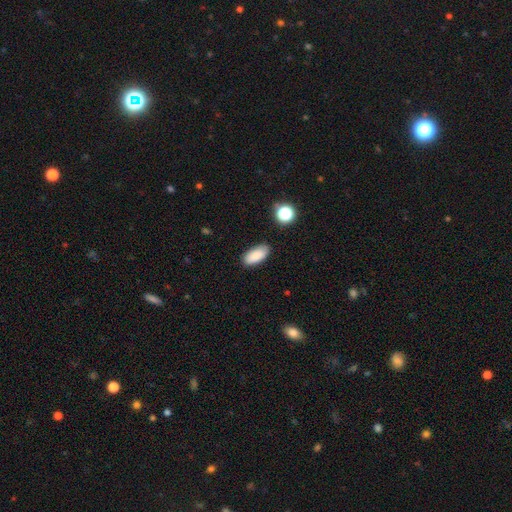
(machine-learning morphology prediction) A smooth galaxy with no disk features (87%) that is in between round and cigar-shaped (90%). Merging: none (83%).